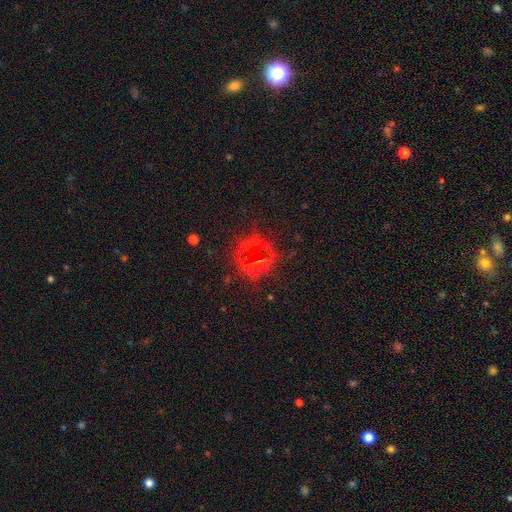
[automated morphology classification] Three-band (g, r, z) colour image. It shows a star or artifact, not a galaxy (74%).